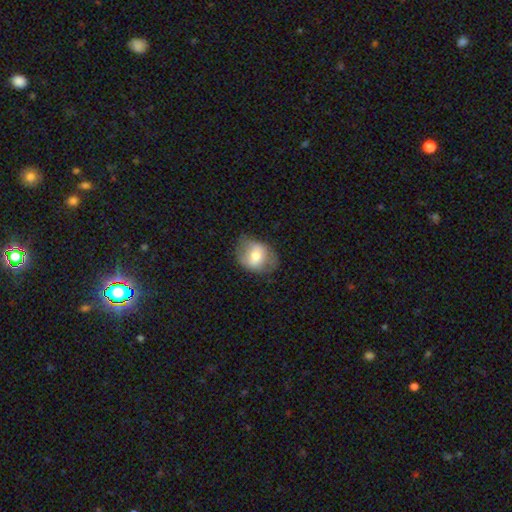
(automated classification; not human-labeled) A smooth galaxy with no disk features (59%) that is in between round and cigar-shaped (58%). Merging: none (66%).